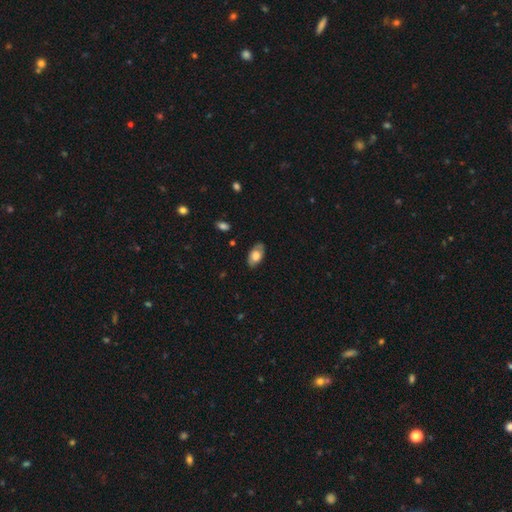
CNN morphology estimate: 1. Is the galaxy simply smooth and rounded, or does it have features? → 64% smooth, 29% featured or disk, 7% star or artifact.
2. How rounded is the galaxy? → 93% in between, 5% round, 2% cigar-shaped.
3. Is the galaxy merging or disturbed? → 79% none, 16% minor disturbance, 3% major disturbance, 1% merger.